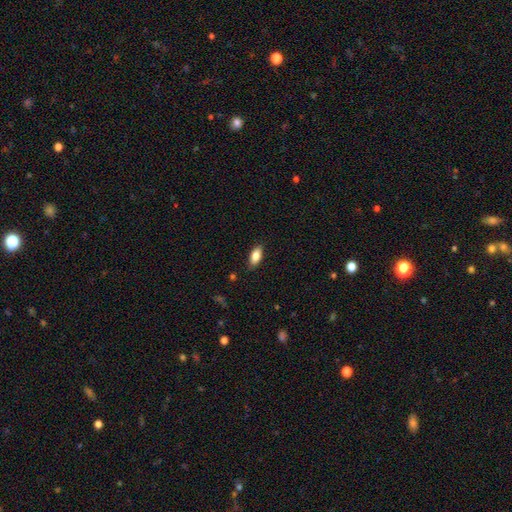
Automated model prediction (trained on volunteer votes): Overall: smooth (83%). How rounded: in between (87%). Merging: none (84%).